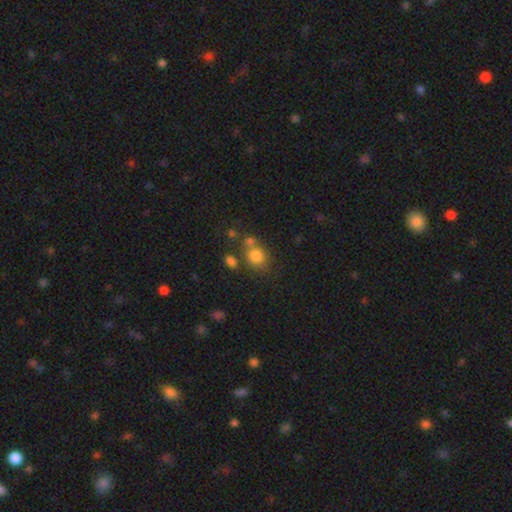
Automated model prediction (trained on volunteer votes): This is likely a smooth galaxy (79%). How rounded: likely round (65%). Merging: possibly none (57%).